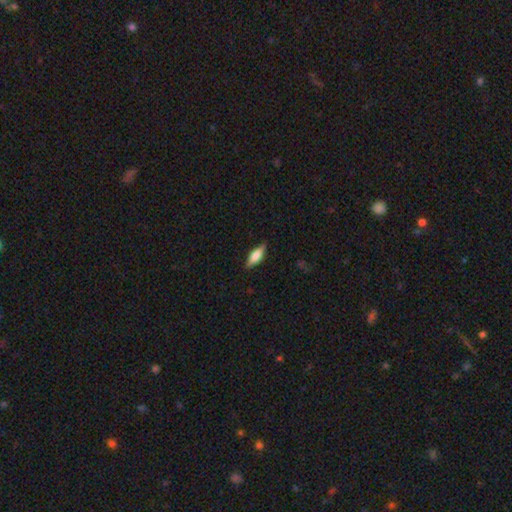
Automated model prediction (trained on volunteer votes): smooth_or_featured: smooth (p=0.63) [alt: featured or disk p=0.30]
how_rounded: in between (p=0.59) [alt: cigar-shaped p=0.39]
merging: none (p=0.85) [alt: minor disturbance p=0.12]